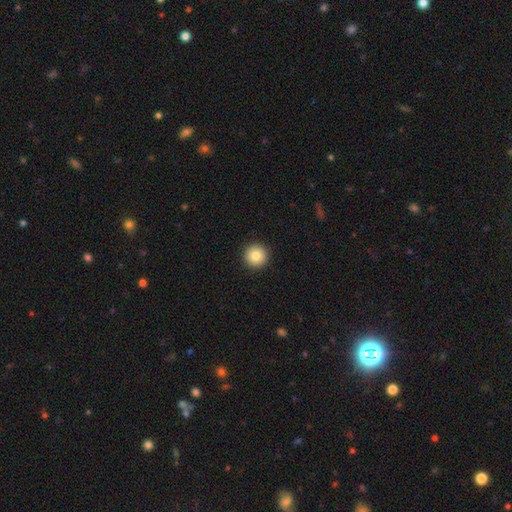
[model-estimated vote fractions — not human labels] smooth_or_featured: smooth (p=0.83) [alt: star or artifact p=0.09]
how_rounded: round (p=0.96) [alt: in between p=0.03]
merging: none (p=0.93) [alt: minor disturbance p=0.05]